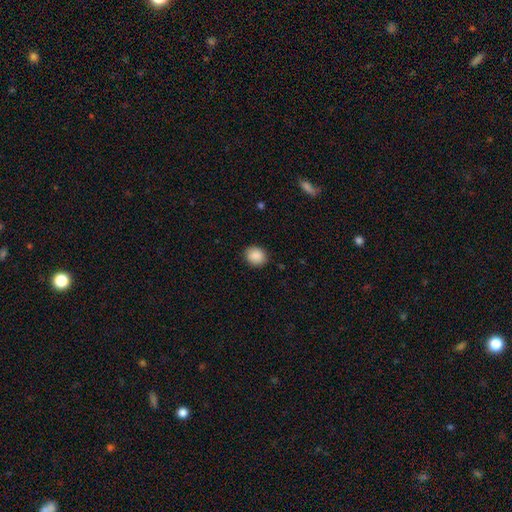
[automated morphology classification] Overall: smooth (89%). How rounded: round (69%; in between 30%). Merging: none (89%).